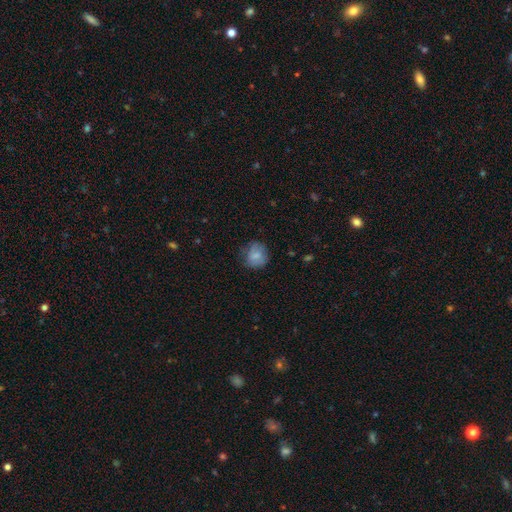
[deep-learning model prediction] smooth_or_featured: smooth (p=0.77) [alt: featured or disk p=0.14]
how_rounded: round (p=0.77) [alt: in between p=0.22]
merging: none (p=0.67) [alt: minor disturbance p=0.23]